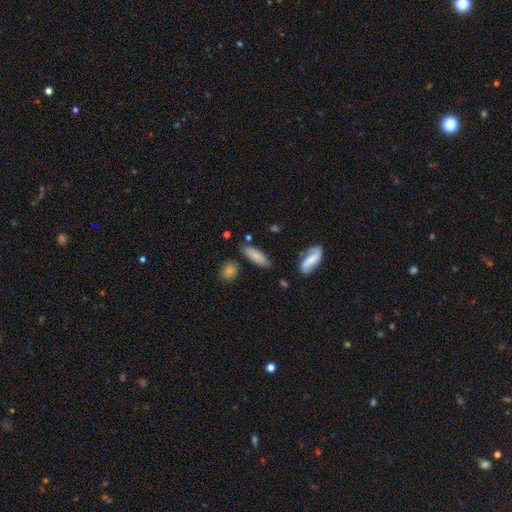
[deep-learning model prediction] Overall: smooth (80%). How rounded: in between (55%; cigar-shaped 43%). Merging: none (76%).